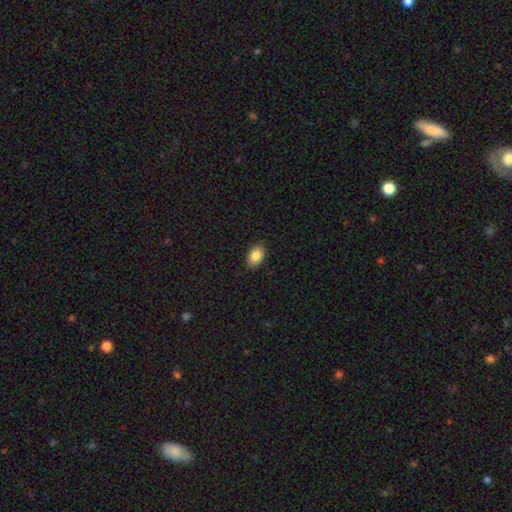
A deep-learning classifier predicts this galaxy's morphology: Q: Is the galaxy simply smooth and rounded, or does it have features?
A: smooth — 85%.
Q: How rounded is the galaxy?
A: in between — 90%.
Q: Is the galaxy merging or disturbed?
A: none — 85%.